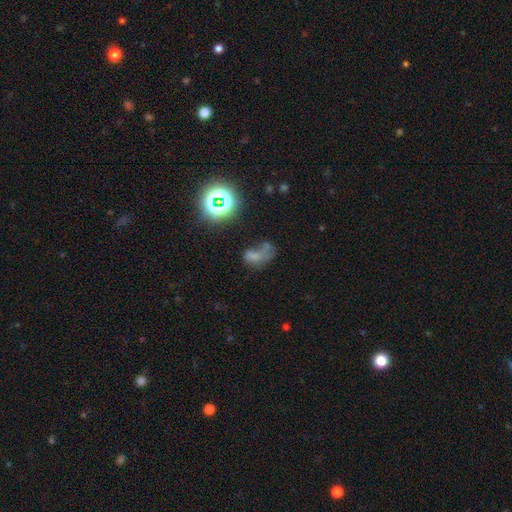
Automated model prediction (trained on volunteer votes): This appears to be a smooth galaxy with no disk features (45%). Merging: major disturbance (37%).